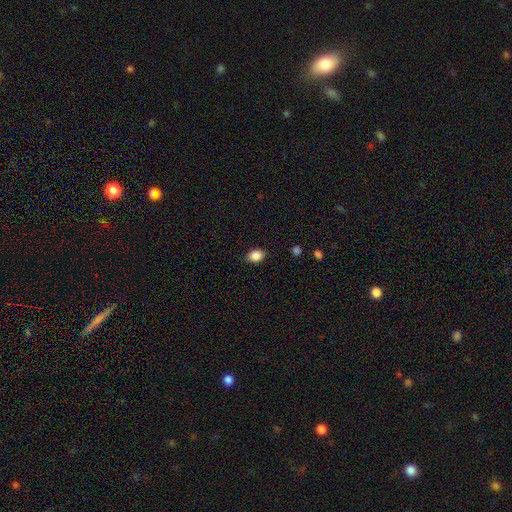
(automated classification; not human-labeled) Morphology: type=smooth (87%); roundness=in between (66%); merging=none (83%).